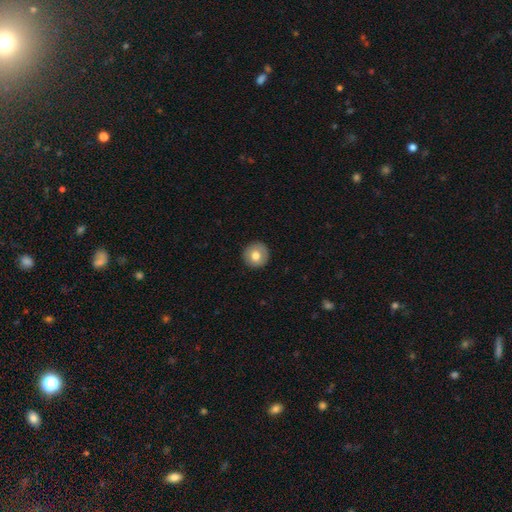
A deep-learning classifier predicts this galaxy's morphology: Q: Smooth or featured?
A: smooth (76%); runner-up: featured or disk (16%)
Q: How rounded?
A: round (95%); runner-up: in between (4%)
Q: Merging?
A: none (91%); runner-up: minor disturbance (6%)